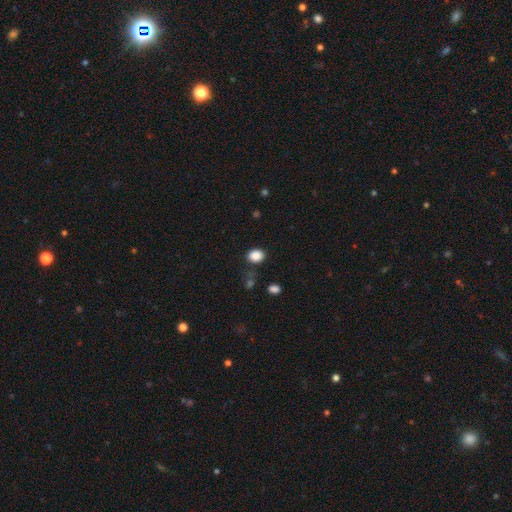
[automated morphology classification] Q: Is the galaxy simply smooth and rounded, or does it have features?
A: smooth — 87%.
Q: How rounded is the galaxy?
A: in between — 50%.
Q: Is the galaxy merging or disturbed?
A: none — 80%.